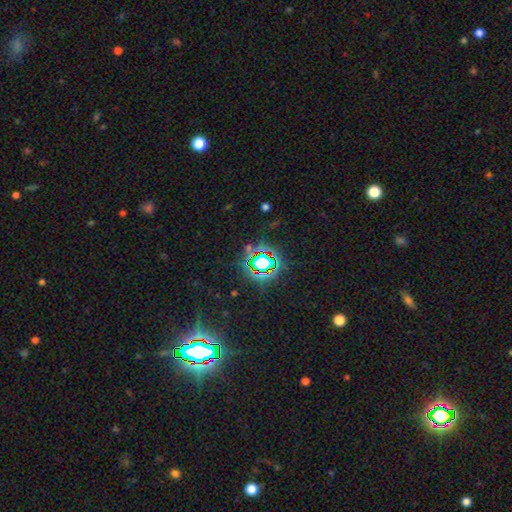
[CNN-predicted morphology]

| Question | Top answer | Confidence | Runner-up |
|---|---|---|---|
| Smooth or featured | star or artifact | 72% | smooth (18%) |